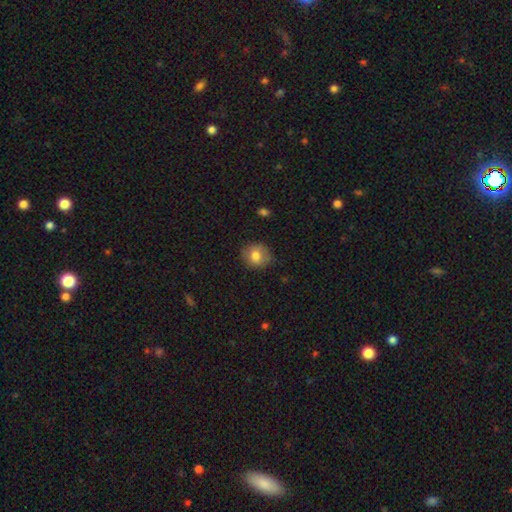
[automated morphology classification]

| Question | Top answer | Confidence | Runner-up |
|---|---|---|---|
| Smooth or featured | smooth | 76% | featured or disk (16%) |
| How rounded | round | 78% | in between (21%) |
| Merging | none | 80% | minor disturbance (16%) |